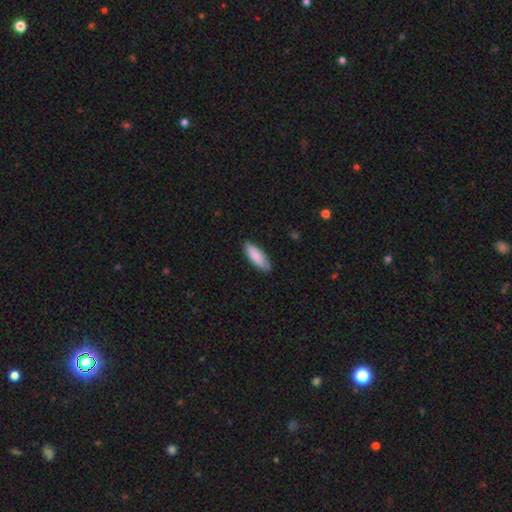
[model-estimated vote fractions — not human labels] Smooth or featured: smooth — 85% (featured or disk — 10%)
How rounded: in between — 63% (cigar-shaped — 36%)
Merging: none — 85% (minor disturbance — 12%)